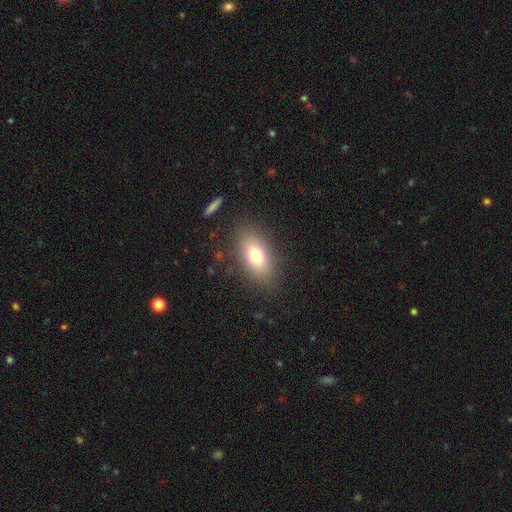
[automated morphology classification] Smooth or featured: smooth — 74% (featured or disk — 16%)
How rounded: in between — 86% (round — 9%)
Merging: none — 84% (minor disturbance — 10%)